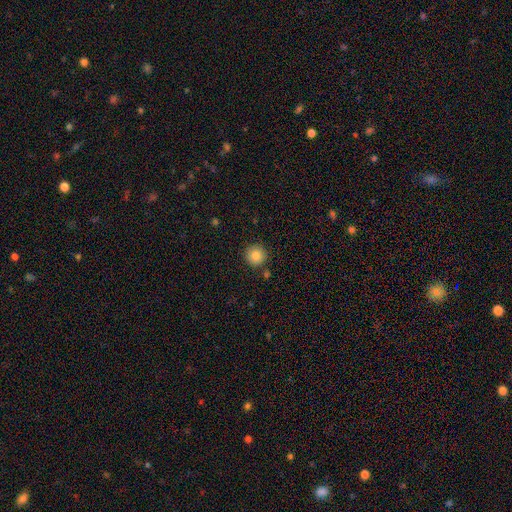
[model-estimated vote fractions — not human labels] Morphology: type=smooth (85%); roundness=round (95%); merging=none (86%).